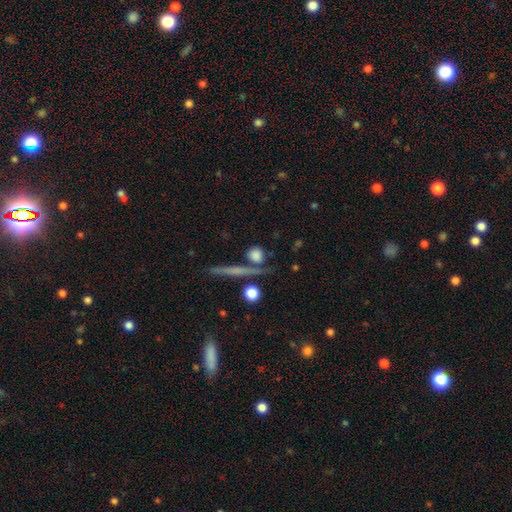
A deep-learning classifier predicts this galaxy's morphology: Smooth or featured: smooth — 76% (featured or disk — 14%)
How rounded: round — 78% (in between — 13%)
Merging: none — 70% (merger — 13%)